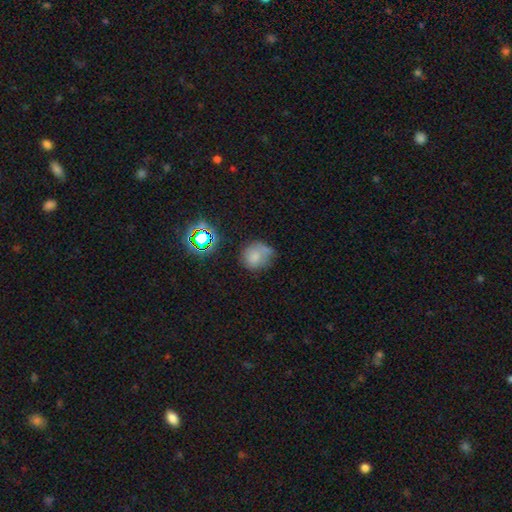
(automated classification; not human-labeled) smooth_or_featured: smooth (p=0.69) [alt: star or artifact p=0.17]
how_rounded: round (p=0.76) [alt: in between p=0.23]
merging: none (p=0.50) [alt: minor disturbance p=0.28]